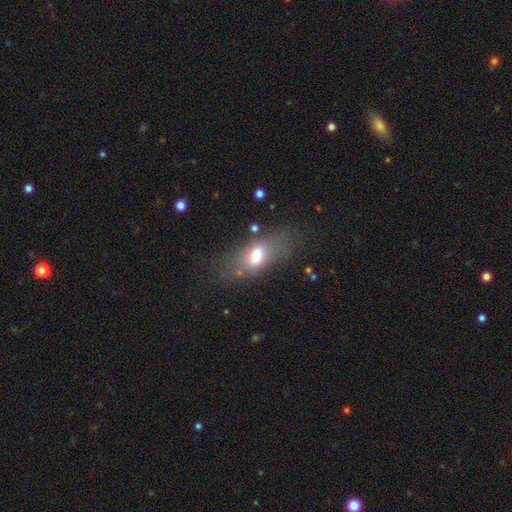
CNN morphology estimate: Smooth or featured: smooth — 65% (featured or disk — 24%)
How rounded: in between — 81% (round — 10%)
Merging: none — 58% (minor disturbance — 21%)